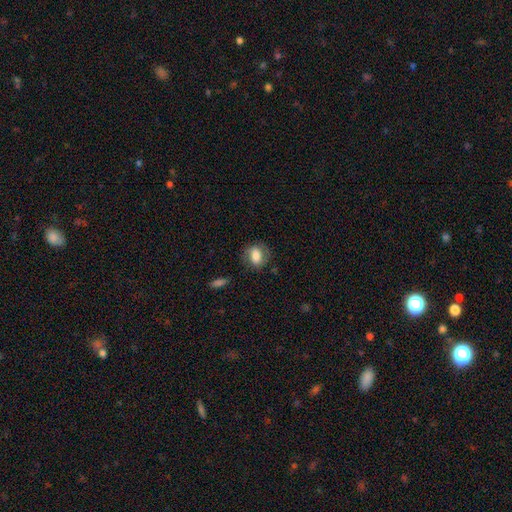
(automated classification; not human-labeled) A smooth galaxy with no disk features (65%) that is in between round and cigar-shaped (62%).

Vote fractions:
- Smooth or featured? smooth: 65% / featured or disk: 27% / star or artifact: 8%
- How rounded? in between: 62% / round: 36% / cigar-shaped: 2%
- Merging? none: 72% / minor disturbance: 18% / major disturbance: 8% / merger: 2%